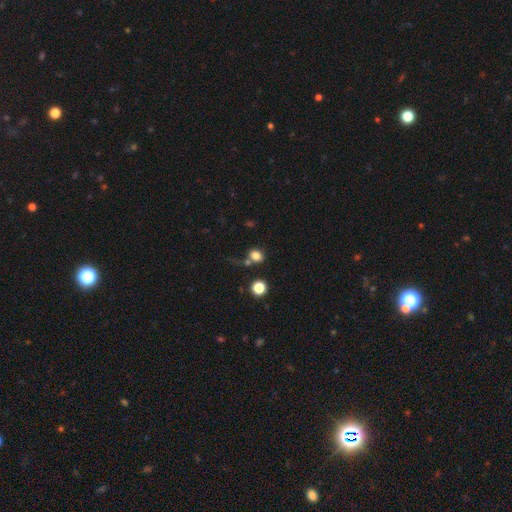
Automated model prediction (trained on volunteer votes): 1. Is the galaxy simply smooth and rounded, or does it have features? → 80% smooth, 13% star or artifact, 7% featured or disk.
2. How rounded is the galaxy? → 70% round, 29% in between, 1% cigar-shaped.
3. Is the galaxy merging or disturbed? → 58% none, 21% merger, 13% minor disturbance, 8% major disturbance.